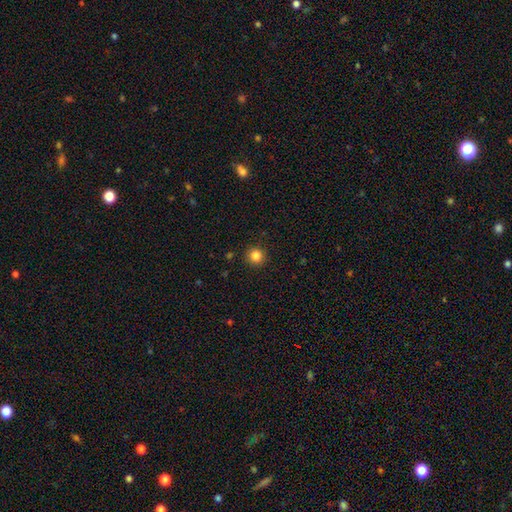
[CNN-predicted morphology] Smooth or featured? smooth (85%)
How rounded? round (94%)
Merging? none (92%)